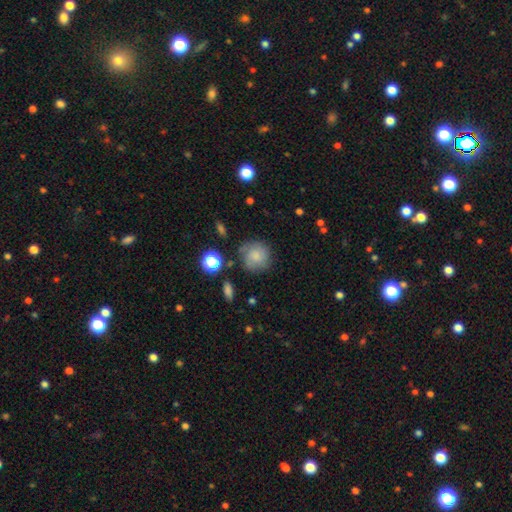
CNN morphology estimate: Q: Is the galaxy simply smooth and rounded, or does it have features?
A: smooth — 75%.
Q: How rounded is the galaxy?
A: round — 90%.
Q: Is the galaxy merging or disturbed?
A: none — 71%.